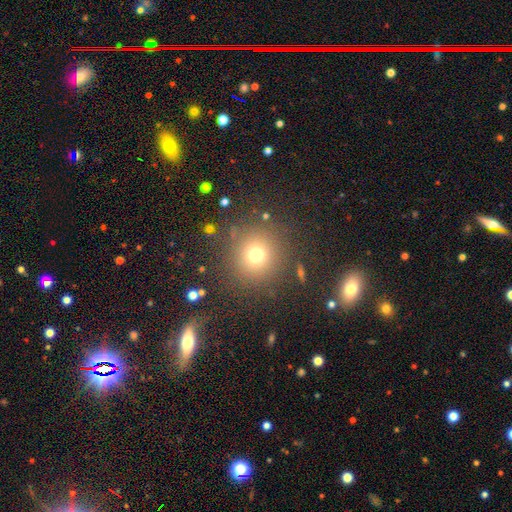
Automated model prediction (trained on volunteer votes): Morphology: type=smooth (68%); roundness=round (93%); merging=none (86%).